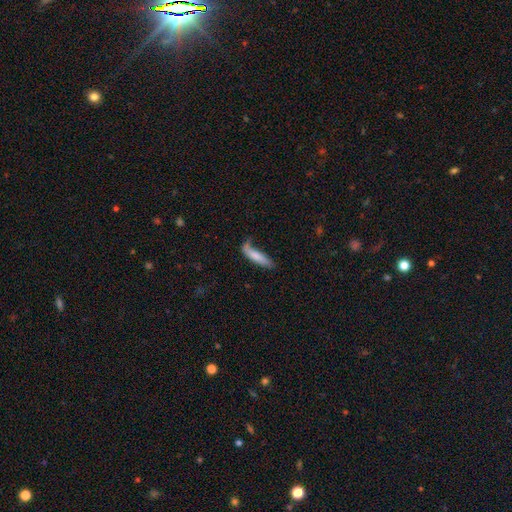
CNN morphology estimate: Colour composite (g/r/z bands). It shows a smooth galaxy with no disk features (74%) that is cigar-shaped (73%). Merging: none (47%).